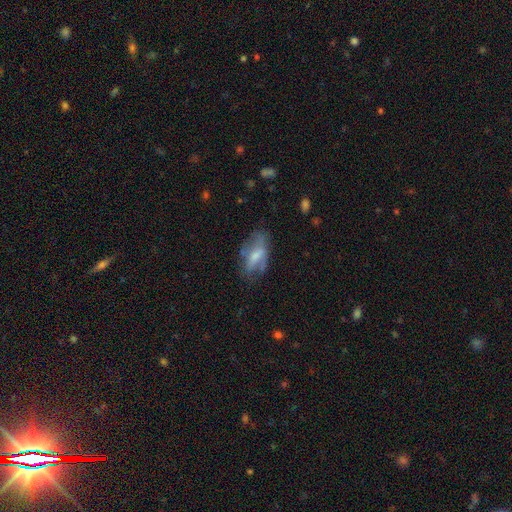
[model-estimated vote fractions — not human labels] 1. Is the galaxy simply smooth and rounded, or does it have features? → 51% smooth, 41% featured or disk, 9% star or artifact.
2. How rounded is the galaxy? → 82% in between, 13% cigar-shaped, 4% round.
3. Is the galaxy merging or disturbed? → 48% none, 29% minor disturbance, 20% major disturbance, 3% merger.